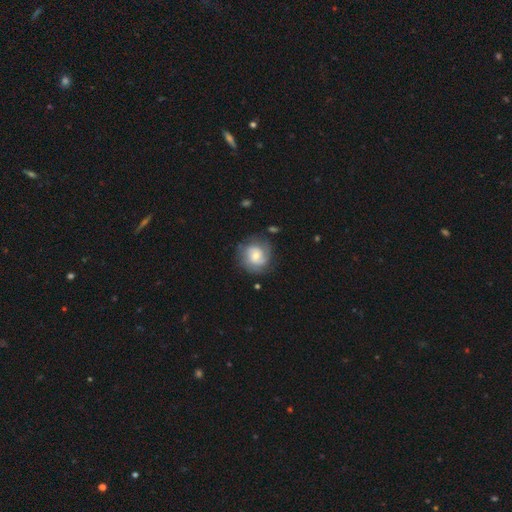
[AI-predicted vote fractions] Smooth or featured? featured or disk (61%)
Edge-on disk? no (98%)
Bar? no (63%)
Spiral arms? yes (87%)
Spiral winding? tight (48%)
Spiral arm count? 2 (52%)
Bulge size? moderate (52%)
Merging? none (74%)